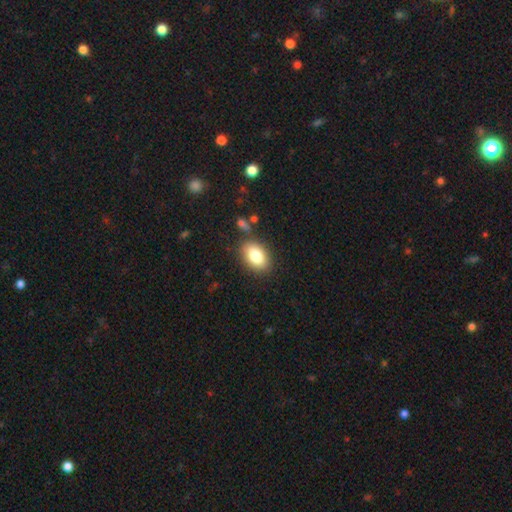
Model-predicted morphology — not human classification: Overall: smooth (83%). How rounded: in between (87%). Merging: none (81%).